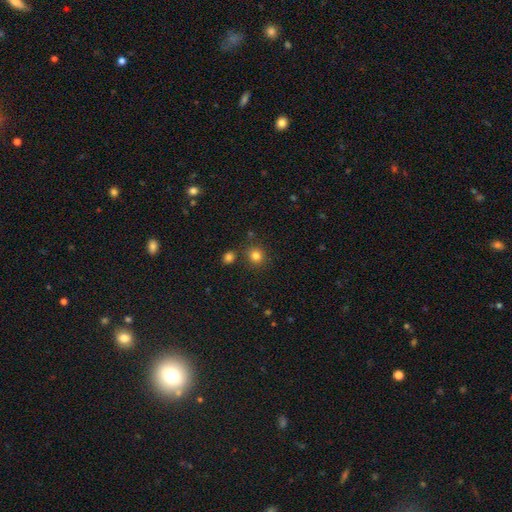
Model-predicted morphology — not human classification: smooth 81%, star or artifact 13%, featured or disk 5%. Down the decision tree: how rounded — round (86%); merging — none (81%).